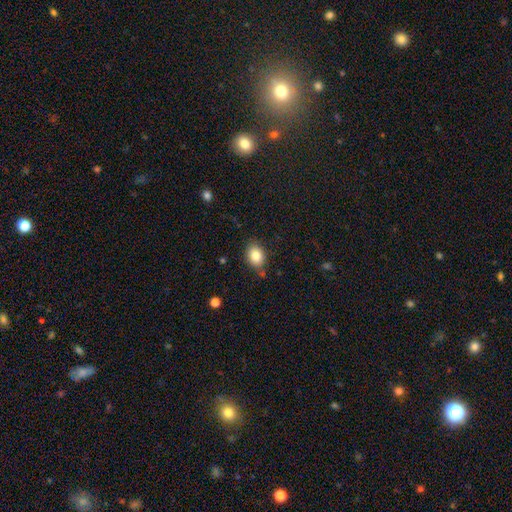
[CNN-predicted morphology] This is clearly a smooth galaxy (84%). How rounded: likely in between (68%). Merging: likely none (77%).